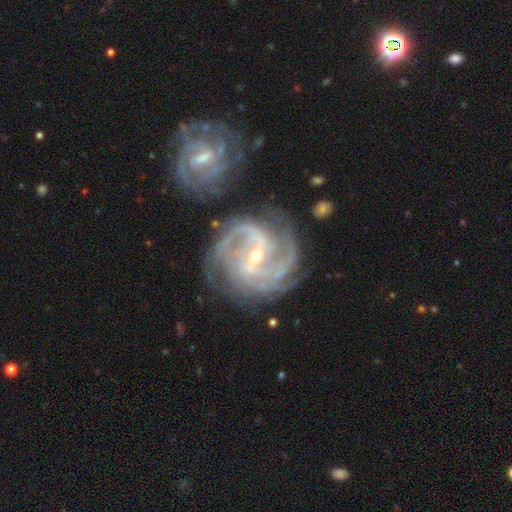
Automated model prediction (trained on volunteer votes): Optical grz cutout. It shows a featured or disk galaxy (93%) with a strong bar (46%), 2 (32%) tight (48%) spiral arms (98%) and a small central bulge (69%). Merging: none (66%).